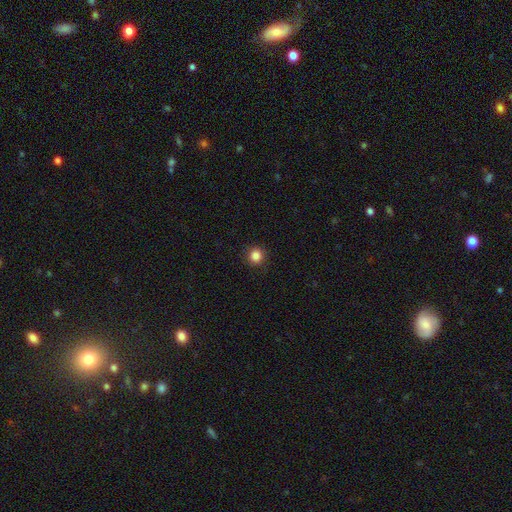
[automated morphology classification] smooth 85%, star or artifact 11%, featured or disk 4%. Down the decision tree: how rounded — round (92%); merging — none (91%).